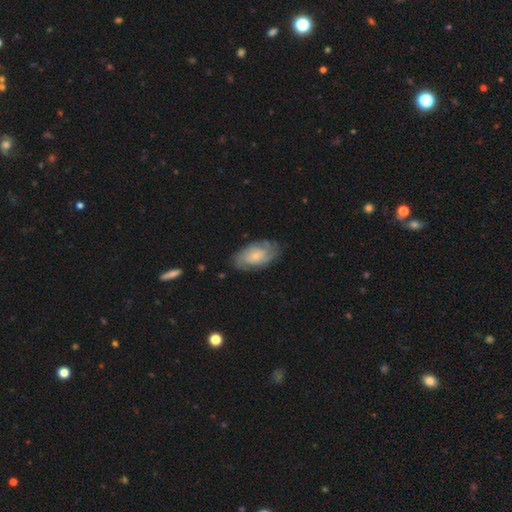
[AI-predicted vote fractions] Smooth or featured: featured or disk — 60% (smooth — 33%)
Edge-on disk: no — 95% (yes — 5%)
Bar: no — 74% (weak — 23%)
Spiral arms: yes — 87% (no — 13%)
Bulge size: small — 58% (moderate — 28%)
Merging: none — 74% (minor disturbance — 19%)